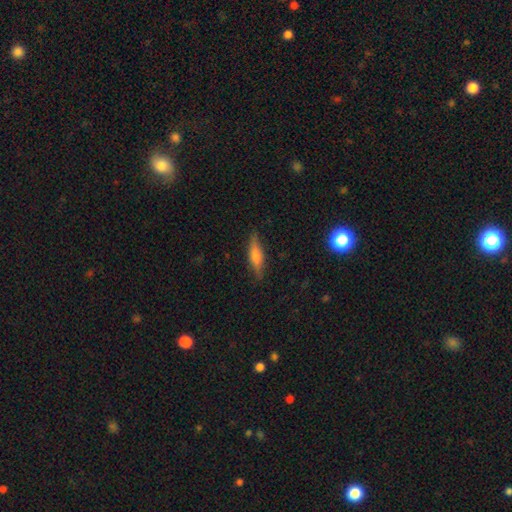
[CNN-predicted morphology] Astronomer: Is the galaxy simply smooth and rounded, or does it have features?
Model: smooth — 54% (runner-up: featured or disk, 38%).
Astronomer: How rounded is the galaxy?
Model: cigar-shaped — 66%.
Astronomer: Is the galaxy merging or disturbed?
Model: none — 84%.